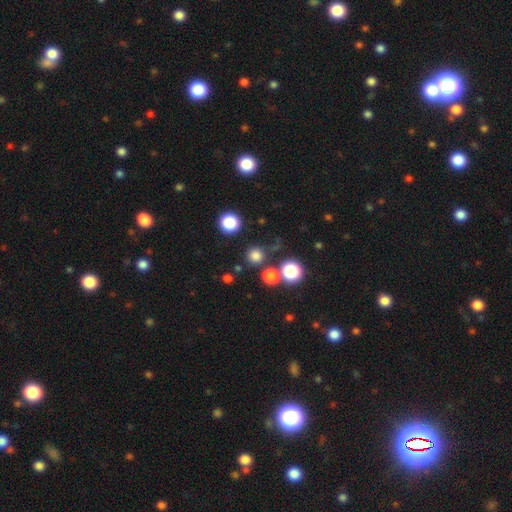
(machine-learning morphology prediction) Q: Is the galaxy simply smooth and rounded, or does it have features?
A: smooth — 75%.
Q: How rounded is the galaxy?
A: round — 94%.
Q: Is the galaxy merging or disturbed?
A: none — 79%.